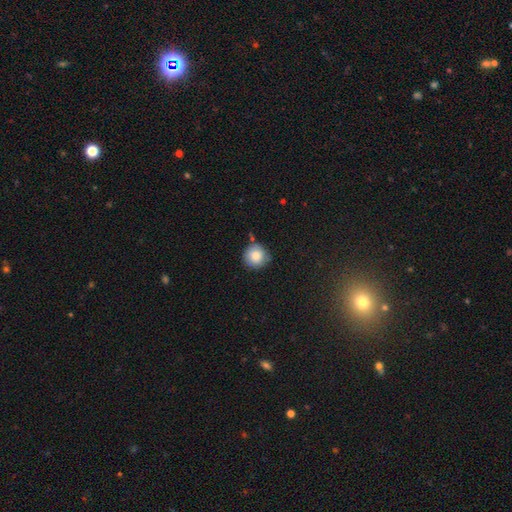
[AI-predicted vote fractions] The model was most divided on "merging": none: 73%, minor disturbance: 18%, merger: 5%, major disturbance: 3%. More confident: how rounded — round (94%); smooth or featured — smooth (82%).